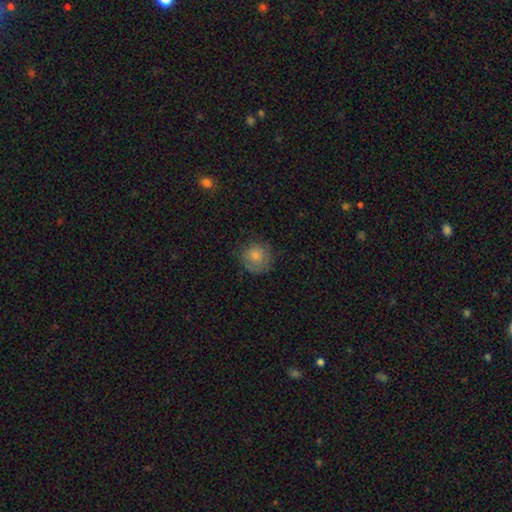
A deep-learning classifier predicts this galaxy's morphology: Smooth or featured?
  - smooth: 77% *
  - featured or disk: 14%
  - star or artifact: 9%
How rounded?
  - round: 91% *
  - in between: 8%
  - cigar-shaped: 1%
Merging?
  - none: 74% *
  - minor disturbance: 18%
  - major disturbance: 7%
  - merger: 1%